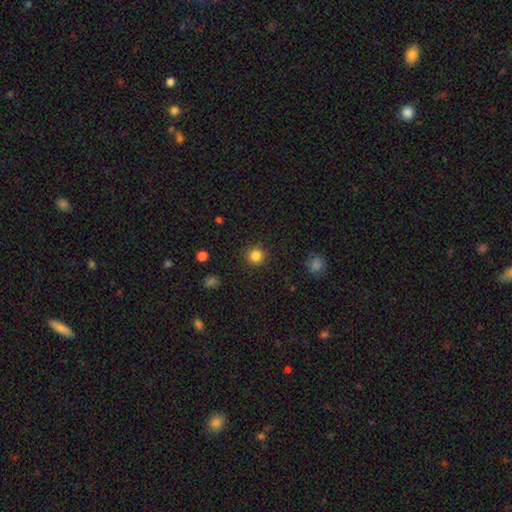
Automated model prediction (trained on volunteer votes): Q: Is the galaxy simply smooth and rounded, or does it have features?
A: smooth — 84%.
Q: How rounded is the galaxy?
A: round — 95%.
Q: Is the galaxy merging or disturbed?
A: none — 91%.